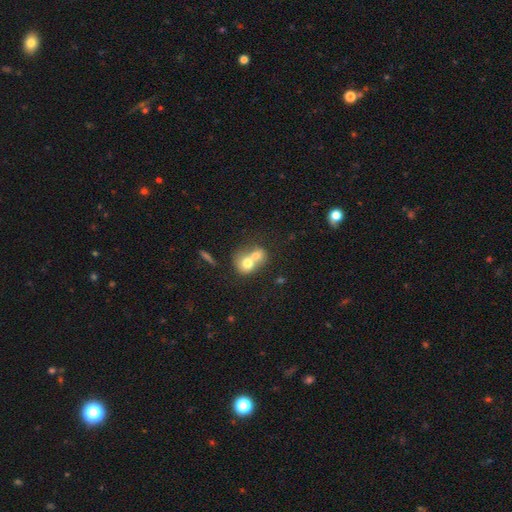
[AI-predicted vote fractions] smooth_or_featured: smooth (p=0.67) [alt: featured or disk p=0.25]
how_rounded: round (p=0.57) [alt: in between p=0.42]
merging: merger (p=0.76) [alt: none p=0.15]